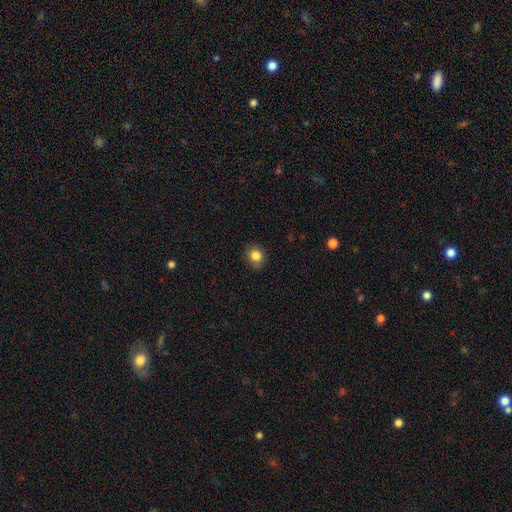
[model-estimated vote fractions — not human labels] Q: Smooth or featured?
A: smooth (83%); runner-up: star or artifact (10%)
Q: How rounded?
A: round (59%); runner-up: in between (40%)
Q: Merging?
A: none (83%); runner-up: minor disturbance (13%)